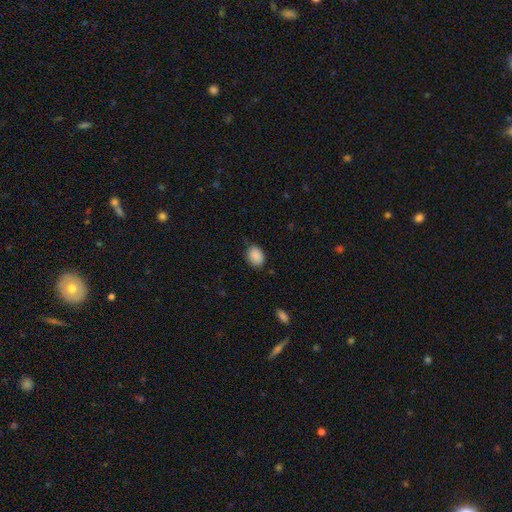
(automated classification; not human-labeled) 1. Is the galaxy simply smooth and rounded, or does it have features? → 88% smooth, 8% star or artifact, 4% featured or disk.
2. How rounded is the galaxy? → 63% in between, 36% round, 1% cigar-shaped.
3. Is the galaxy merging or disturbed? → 72% none, 23% minor disturbance, 4% major disturbance, 1% merger.